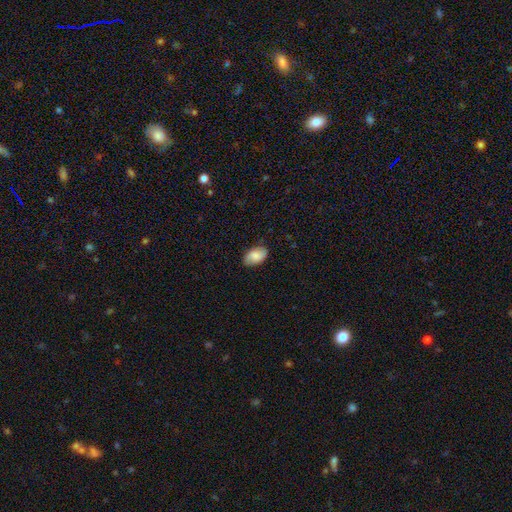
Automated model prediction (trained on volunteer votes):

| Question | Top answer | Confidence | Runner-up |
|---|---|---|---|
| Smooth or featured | smooth | 78% | featured or disk (15%) |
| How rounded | in between | 93% | round (6%) |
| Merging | none | 82% | minor disturbance (14%) |